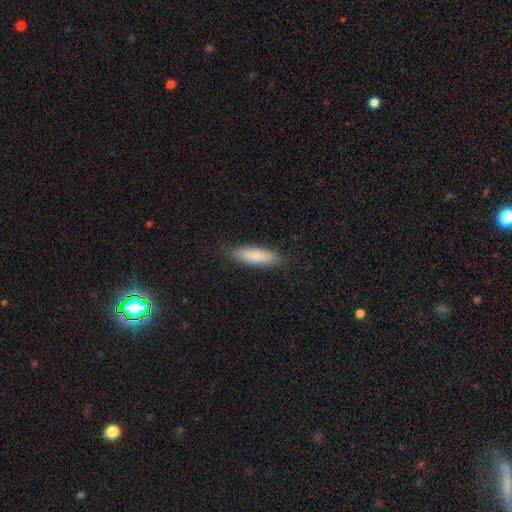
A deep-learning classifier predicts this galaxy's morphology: smooth 85%, featured or disk 9%, star or artifact 6%. Down the decision tree: how rounded — cigar-shaped (64%); merging — none (88%).